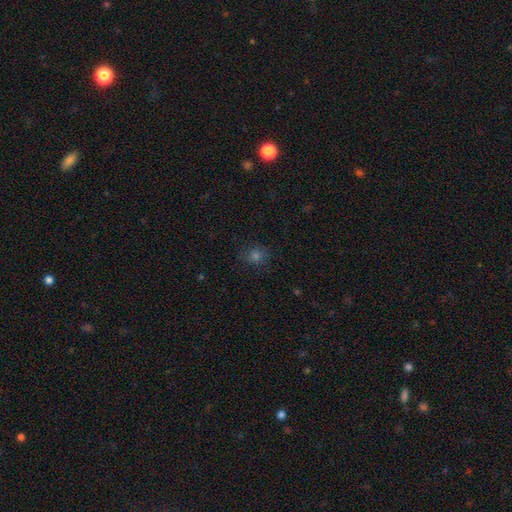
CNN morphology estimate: This appears to be a smooth galaxy with no disk features (69%) that is round (80%). Merging: none (84%).